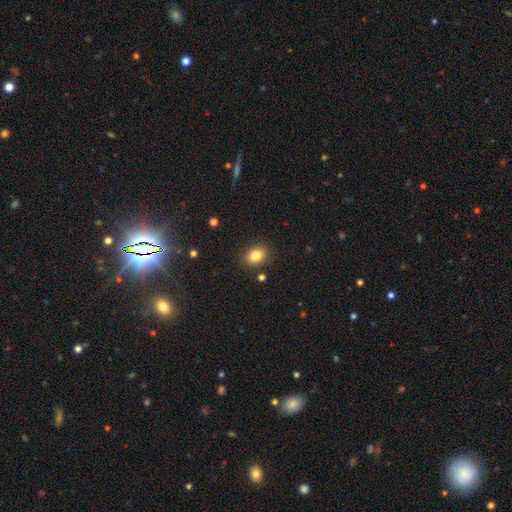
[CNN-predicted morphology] Smooth or featured: smooth — 83% (star or artifact — 10%)
How rounded: in between — 58% (round — 41%)
Merging: none — 87% (minor disturbance — 8%)